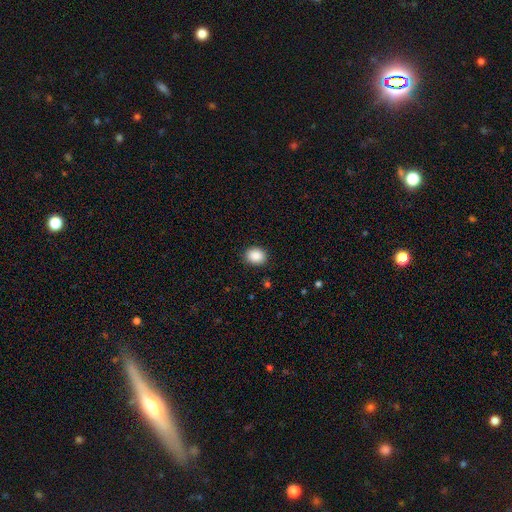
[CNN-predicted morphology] smooth 89%, star or artifact 8%, featured or disk 3%. Down the decision tree: how rounded — round (55%); merging — none (88%).